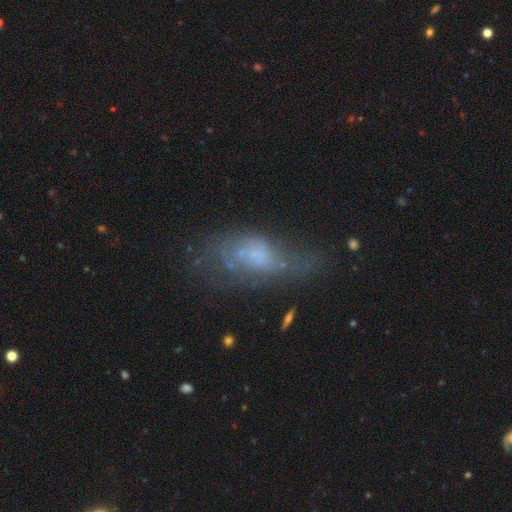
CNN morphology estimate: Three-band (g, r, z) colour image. It shows a featured or disk galaxy (49%). Merging: none (39%).